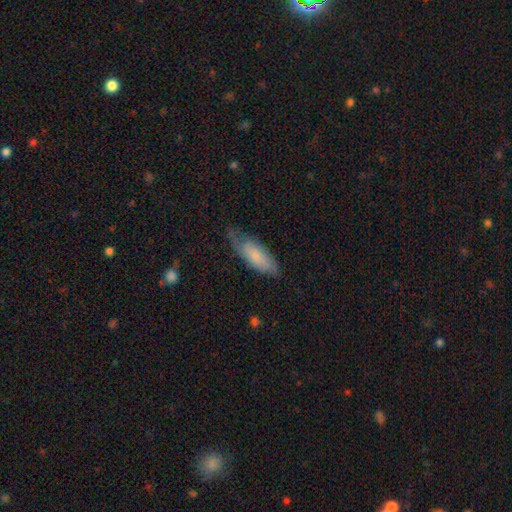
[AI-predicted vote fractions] The model was most divided on "merging": none: 58%, minor disturbance: 31%, major disturbance: 9%, merger: 2%. More confident: smooth or featured — smooth (70%); how rounded — in between (68%).